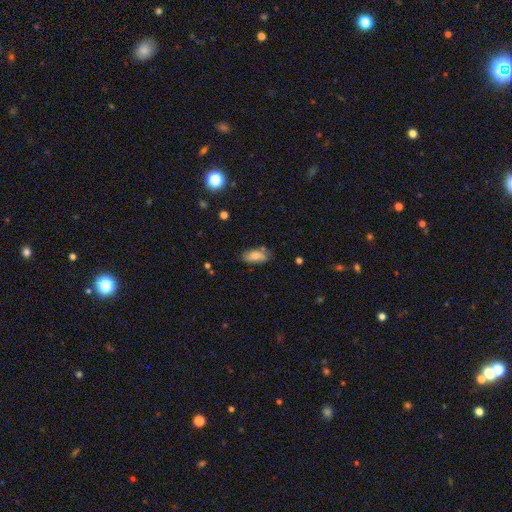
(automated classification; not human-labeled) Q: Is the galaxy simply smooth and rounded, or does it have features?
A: smooth — 80%.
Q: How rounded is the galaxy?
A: in between — 89%.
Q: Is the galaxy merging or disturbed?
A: none — 65%.